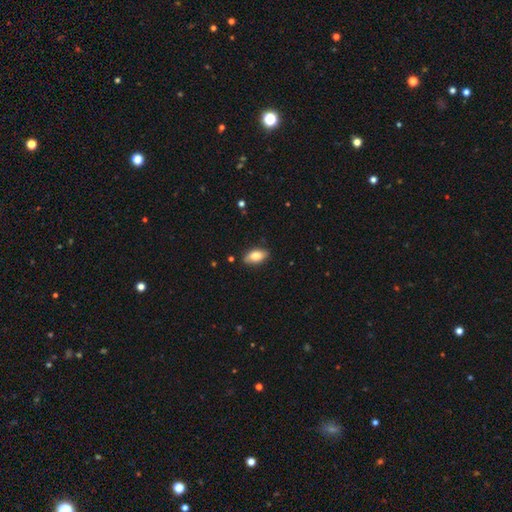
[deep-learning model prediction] smooth-or-featured: smooth: 79% | featured or disk: 14% | star or artifact: 7%
  how-rounded: in between: 92% | cigar-shaped: 5% | round: 4%
  merging: none: 84% | minor disturbance: 13% | major disturbance: 2% | merger: 1%